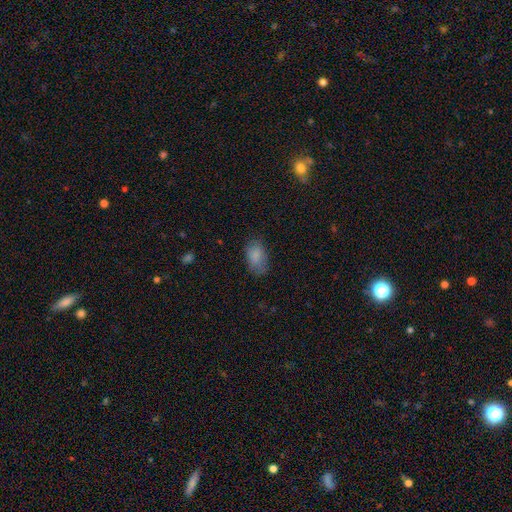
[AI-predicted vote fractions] Smooth or featured? Predicted: smooth (p=0.85). How rounded? Predicted: in between (p=0.92). Merging? Predicted: none (p=0.71).